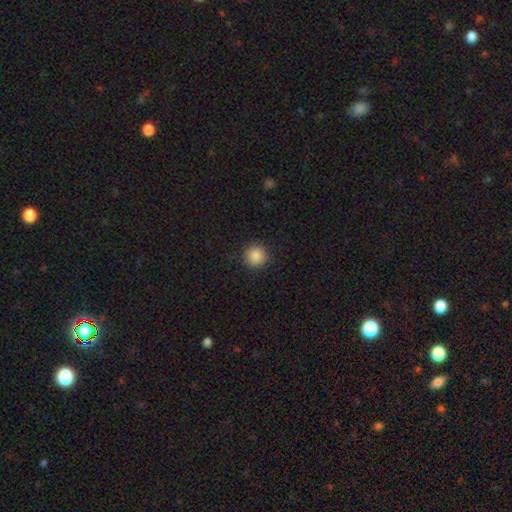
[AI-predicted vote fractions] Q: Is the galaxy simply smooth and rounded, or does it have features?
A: smooth — 87%.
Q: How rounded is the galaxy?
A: round — 95%.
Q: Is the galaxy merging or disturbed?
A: none — 91%.